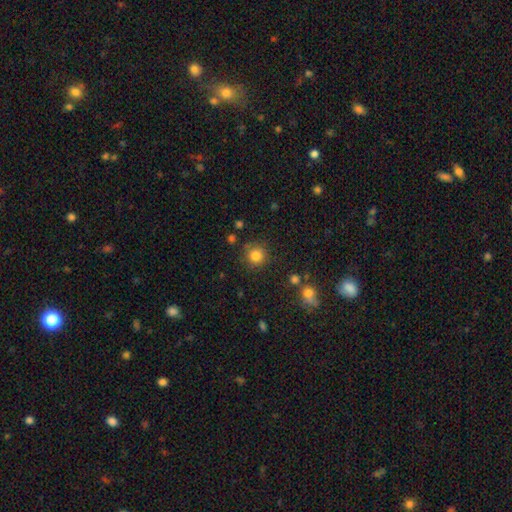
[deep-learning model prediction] This appears to be a smooth galaxy with no disk features (83%) that is round (92%). Merging: none (84%).